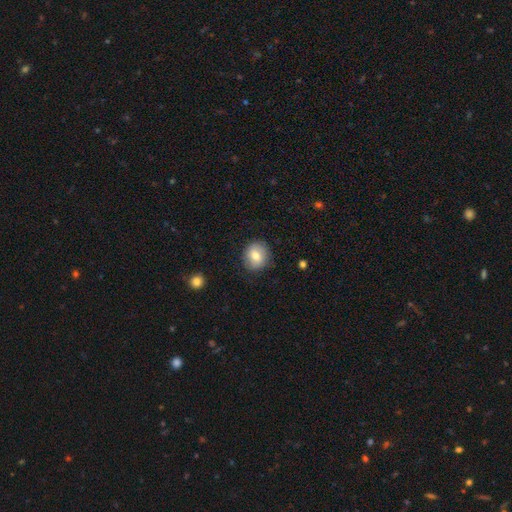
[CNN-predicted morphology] Smooth or featured? Predicted: smooth (p=0.74). How rounded? Predicted: round (p=0.82). Merging? Predicted: none (p=0.84).